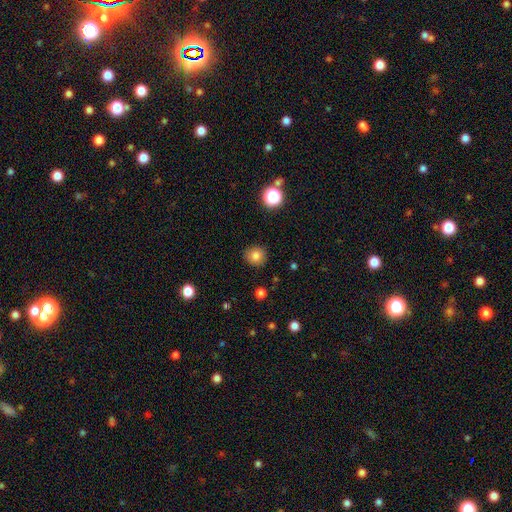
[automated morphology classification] Q: Smooth or featured?
A: smooth (82%); runner-up: star or artifact (12%)
Q: How rounded?
A: round (89%); runner-up: in between (10%)
Q: Merging?
A: none (90%); runner-up: minor disturbance (7%)